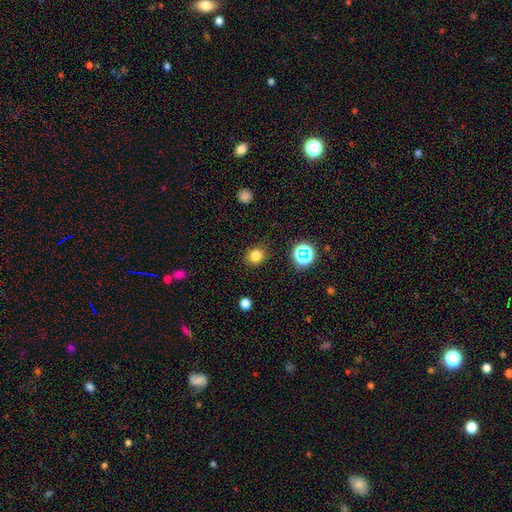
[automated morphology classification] Smooth or featured: smooth — 79% (star or artifact — 15%)
How rounded: round — 70% (in between — 29%)
Merging: none — 86% (minor disturbance — 10%)